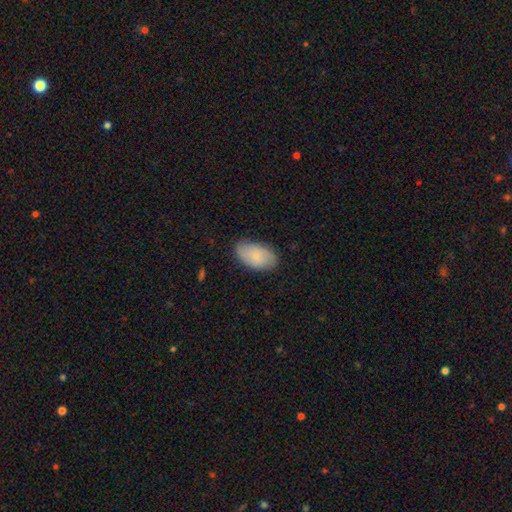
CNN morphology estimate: A smooth galaxy with no disk features (81%) that is in between round and cigar-shaped (95%). Merging: none (81%).